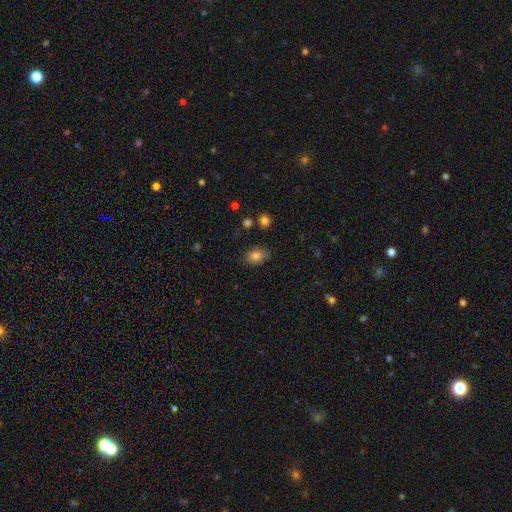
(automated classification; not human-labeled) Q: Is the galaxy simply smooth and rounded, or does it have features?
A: smooth — 83%.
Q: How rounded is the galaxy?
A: in between — 75%.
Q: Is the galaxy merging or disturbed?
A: none — 78%.